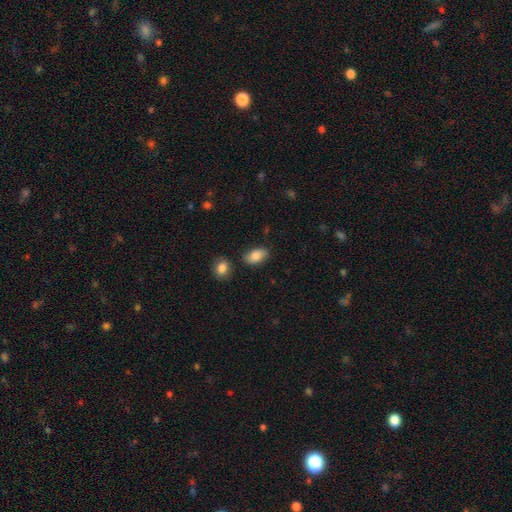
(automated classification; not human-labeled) Smooth or featured? Predicted: smooth (p=0.84). How rounded? Predicted: in between (p=0.92). Merging? Predicted: none (p=0.82).